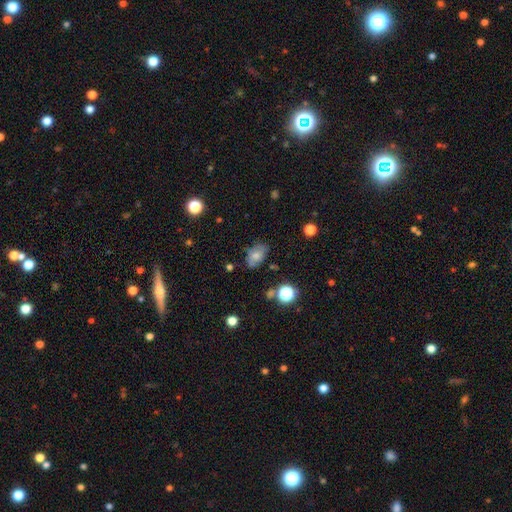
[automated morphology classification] Smooth or featured? smooth (65%)
How rounded? in between (84%)
Merging? none (68%)